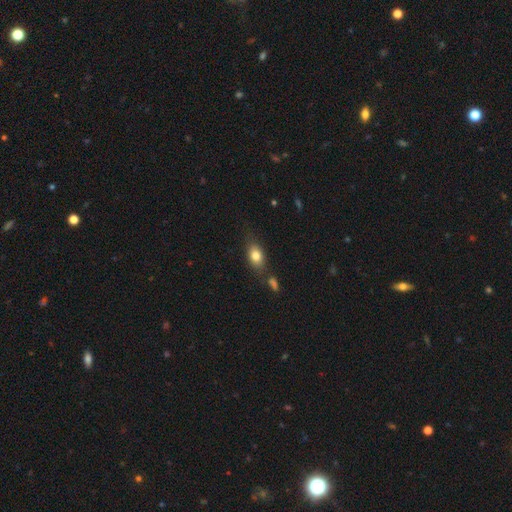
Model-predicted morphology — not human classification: type=smooth (78%); roundness=in between (79%); merging=none (65%).